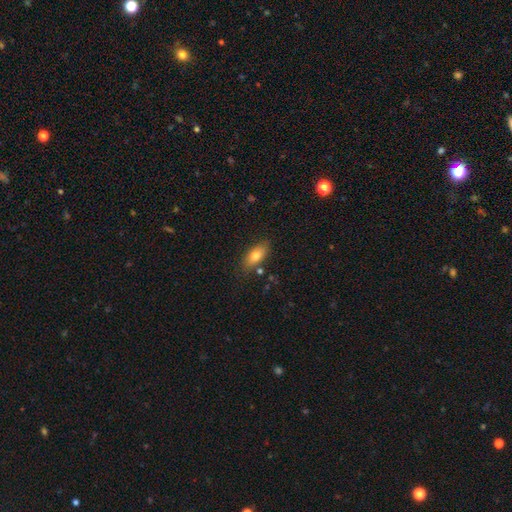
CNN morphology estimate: Smooth or featured? smooth (76%)
How rounded? in between (85%)
Merging? none (78%)